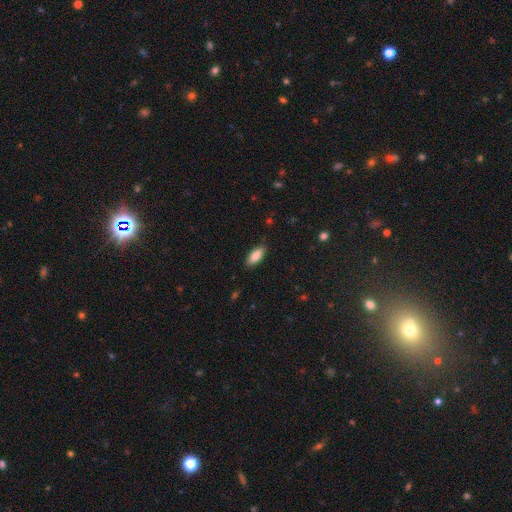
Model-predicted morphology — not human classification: Overall: smooth (85%). How rounded: in between (84%). Merging: none (86%).